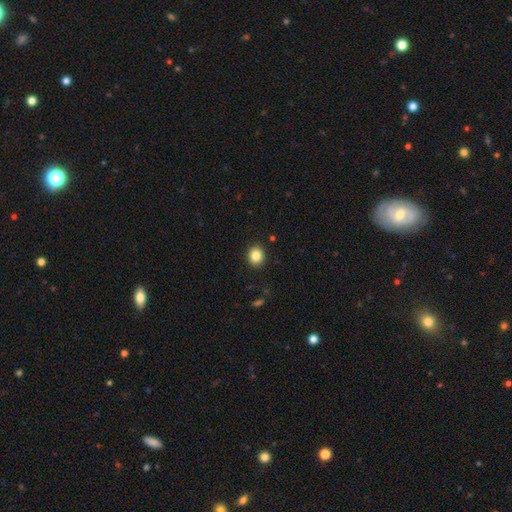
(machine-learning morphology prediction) Smooth or featured?
  - smooth: 84% *
  - star or artifact: 10%
  - featured or disk: 6%
How rounded?
  - round: 78% *
  - in between: 21%
  - cigar-shaped: 1%
Merging?
  - none: 91% *
  - minor disturbance: 6%
  - major disturbance: 2%
  - merger: 1%